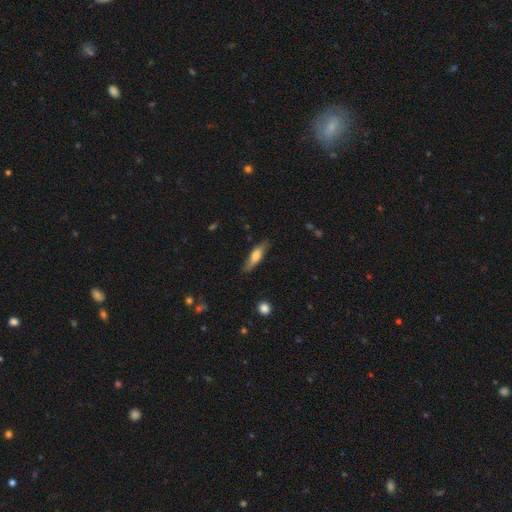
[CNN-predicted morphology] Smooth or featured? Predicted: smooth (p=0.57). How rounded? Predicted: cigar-shaped (p=0.68). Merging? Predicted: none (p=0.82).